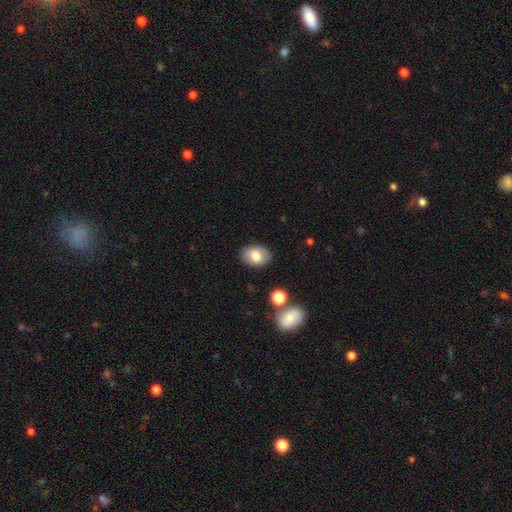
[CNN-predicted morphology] Smooth or featured? smooth (77%)
How rounded? in between (81%)
Merging? none (85%)